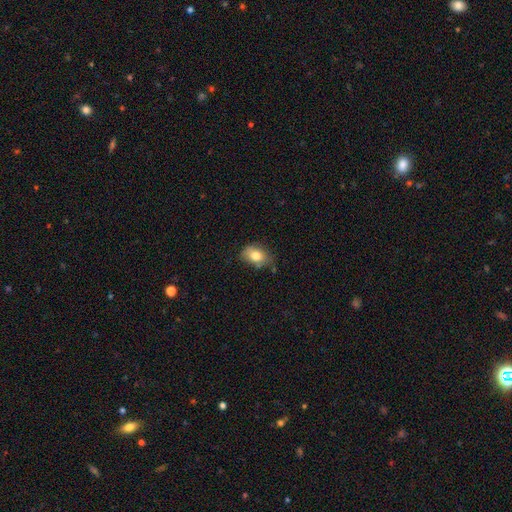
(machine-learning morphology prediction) Overall: smooth (78%). How rounded: in between (75%). Merging: none (62%; minor disturbance 29%).